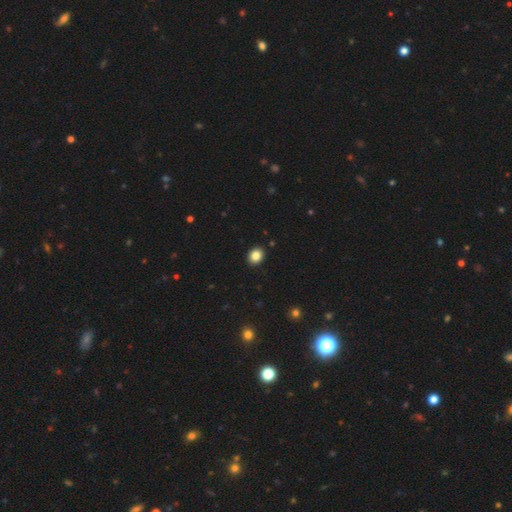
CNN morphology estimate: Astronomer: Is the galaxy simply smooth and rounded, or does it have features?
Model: smooth — 85%.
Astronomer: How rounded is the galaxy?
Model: round — 57% (runner-up: in between, 43%).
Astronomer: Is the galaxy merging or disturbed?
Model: none — 92%.